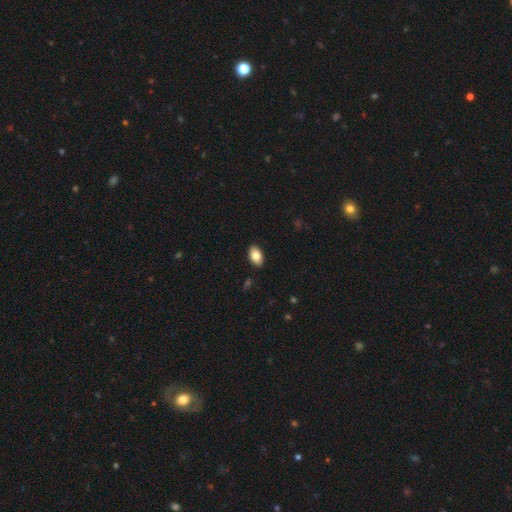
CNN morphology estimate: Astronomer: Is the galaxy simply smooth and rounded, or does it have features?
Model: smooth — 82%.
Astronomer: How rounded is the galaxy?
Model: in between — 92%.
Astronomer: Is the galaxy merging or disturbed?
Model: none — 90%.